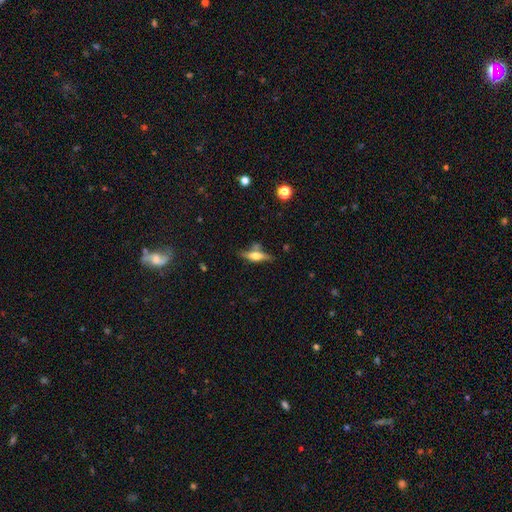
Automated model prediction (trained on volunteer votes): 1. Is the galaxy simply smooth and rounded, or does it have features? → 60% featured or disk, 32% smooth, 8% star or artifact.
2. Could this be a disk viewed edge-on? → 94% yes, 6% no.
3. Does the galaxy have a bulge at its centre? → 90% rounded, 8% boxy, 3% none.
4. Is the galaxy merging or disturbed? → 68% none, 16% minor disturbance, 11% merger, 5% major disturbance.